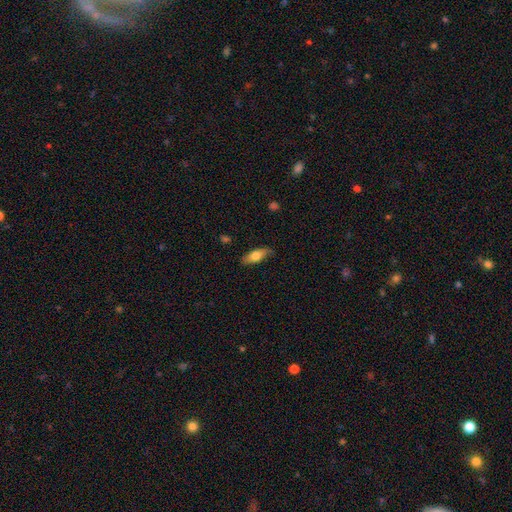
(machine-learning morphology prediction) Smooth or featured? smooth (69%)
How rounded? in between (71%)
Merging? none (80%)